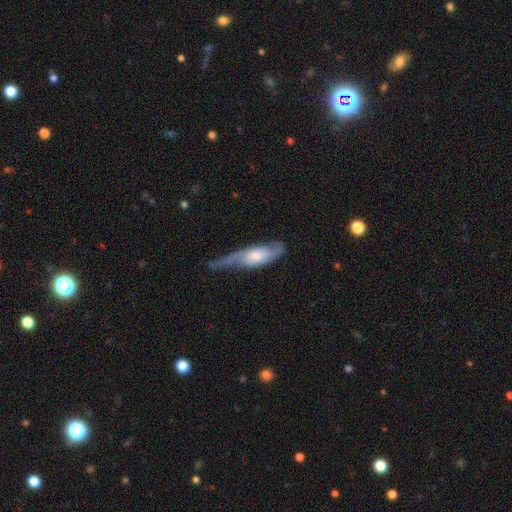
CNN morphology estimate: type=featured or disk (61%); edge-on=no (71%); merging=none (39%).